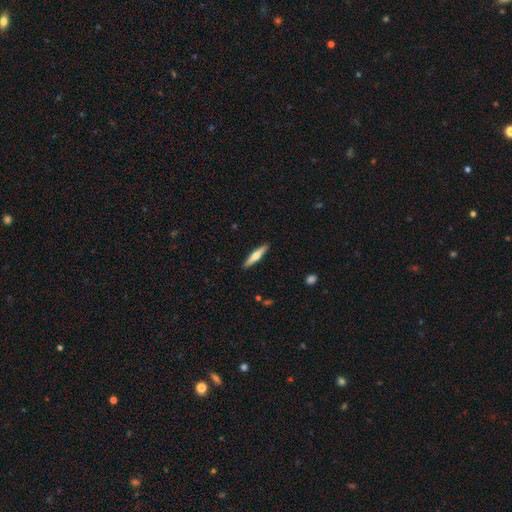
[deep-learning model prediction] This is possibly a smooth galaxy (48%). Merging: clearly none (91%).